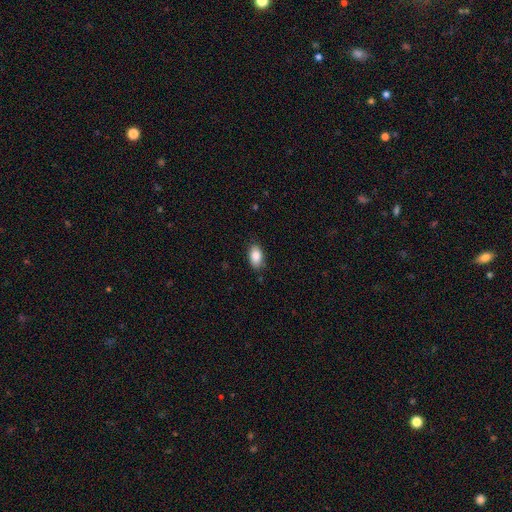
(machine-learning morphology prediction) Smooth or featured?
  - smooth: 86% *
  - star or artifact: 7%
  - featured or disk: 7%
How rounded?
  - in between: 92% *
  - round: 6%
  - cigar-shaped: 2%
Merging?
  - none: 84% *
  - minor disturbance: 12%
  - major disturbance: 2%
  - merger: 1%